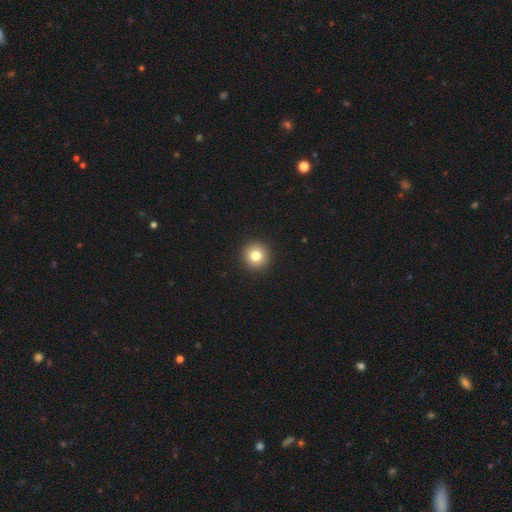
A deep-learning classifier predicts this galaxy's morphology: A smooth galaxy with no disk features (80%) that is round (95%). Merging: none (94%).